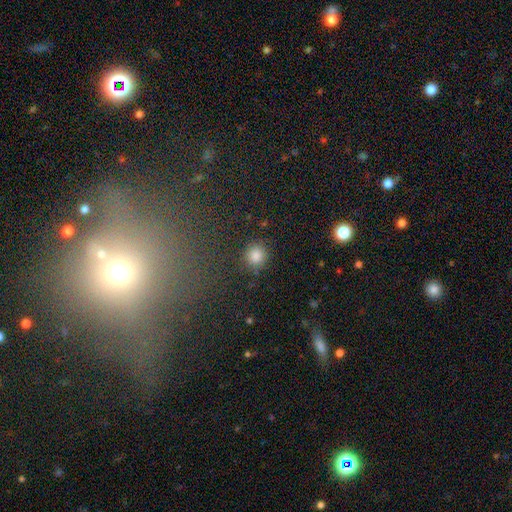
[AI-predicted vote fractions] smooth-or-featured: smooth: 84% | star or artifact: 11% | featured or disk: 5%
  how-rounded: round: 90% | in between: 9% | cigar-shaped: 1%
  merging: none: 85% | minor disturbance: 9% | major disturbance: 4% | merger: 3%